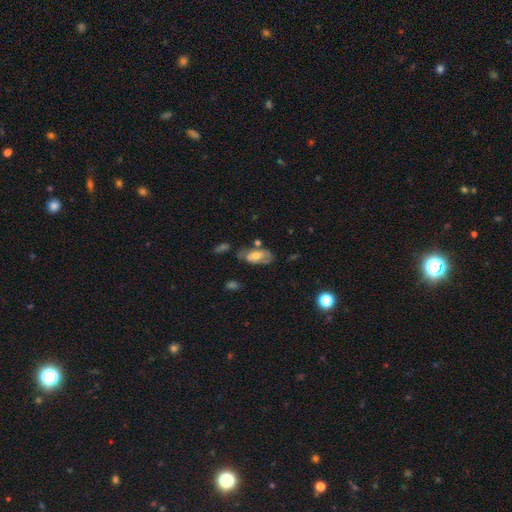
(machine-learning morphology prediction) Overall: featured or disk (48%; smooth 45%). Merging: none (54%; minor disturbance 25%).